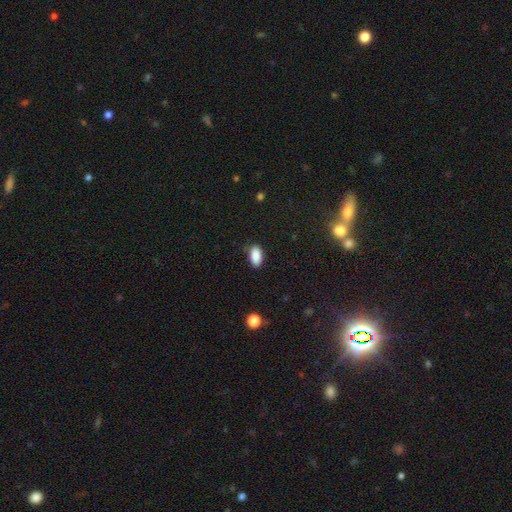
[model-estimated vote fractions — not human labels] Smooth or featured?
  - smooth: 89% *
  - star or artifact: 8%
  - featured or disk: 3%
How rounded?
  - in between: 93% *
  - round: 4%
  - cigar-shaped: 4%
Merging?
  - none: 84% *
  - minor disturbance: 13%
  - major disturbance: 3%
  - merger: 1%